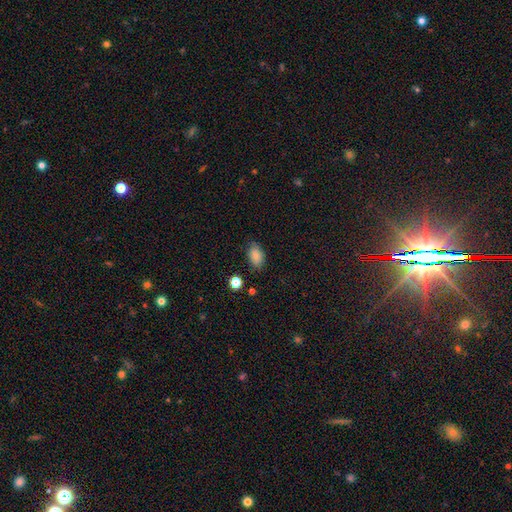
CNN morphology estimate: Smooth or featured? smooth (83%)
How rounded? in between (88%)
Merging? none (75%)